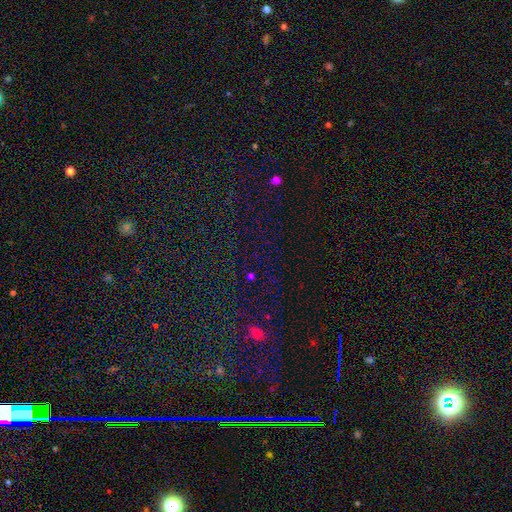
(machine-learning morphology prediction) A star or artifact, not a galaxy (67%).

Vote fractions:
- Smooth or featured? star or artifact: 67% / smooth: 26% / featured or disk: 8%